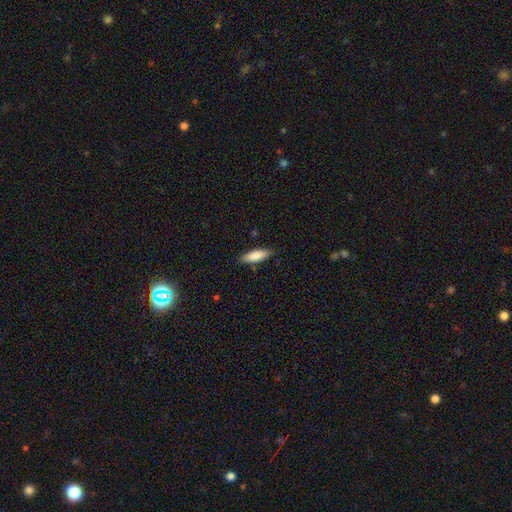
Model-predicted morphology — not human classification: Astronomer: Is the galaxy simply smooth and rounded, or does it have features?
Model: smooth — 82%.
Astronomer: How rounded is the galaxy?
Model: in between — 50% (runner-up: cigar-shaped, 48%).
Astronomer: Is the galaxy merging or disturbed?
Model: none — 85%.